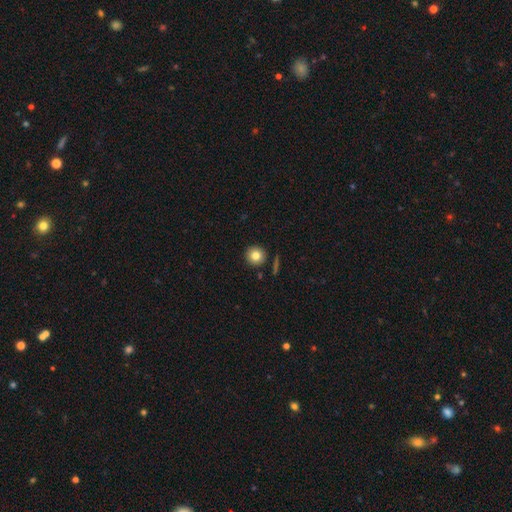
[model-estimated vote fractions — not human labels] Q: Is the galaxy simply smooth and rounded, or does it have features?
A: smooth — 81%.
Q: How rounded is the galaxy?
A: round — 94%.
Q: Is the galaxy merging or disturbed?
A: none — 89%.